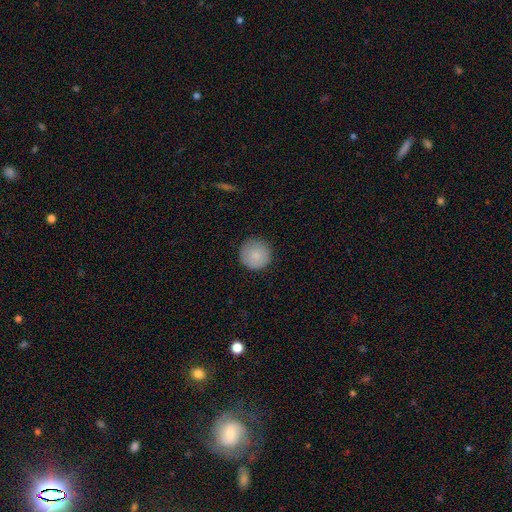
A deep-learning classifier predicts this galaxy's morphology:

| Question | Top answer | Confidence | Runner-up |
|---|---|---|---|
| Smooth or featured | smooth | 85% | star or artifact (8%) |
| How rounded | round | 96% | in between (3%) |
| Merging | none | 88% | minor disturbance (9%) |